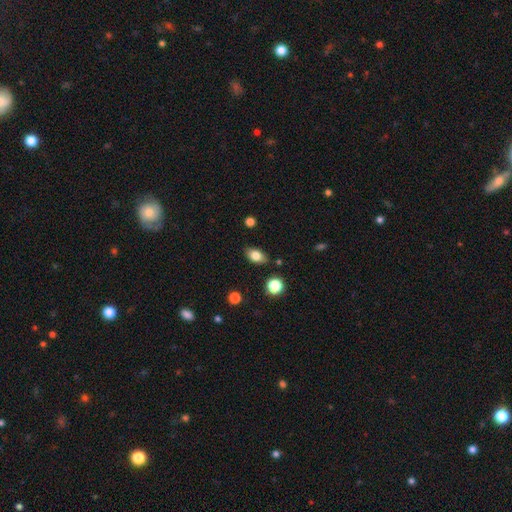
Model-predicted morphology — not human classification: Smooth or featured? Predicted: smooth (p=0.80). How rounded? Predicted: in between (p=0.86). Merging? Predicted: none (p=0.83).